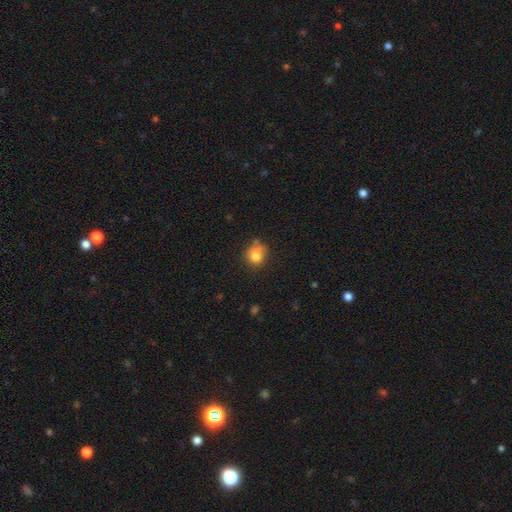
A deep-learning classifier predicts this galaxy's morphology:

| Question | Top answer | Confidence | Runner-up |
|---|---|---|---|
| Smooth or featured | smooth | 80% | star or artifact (11%) |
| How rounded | round | 82% | in between (17%) |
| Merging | none | 63% | minor disturbance (24%) |